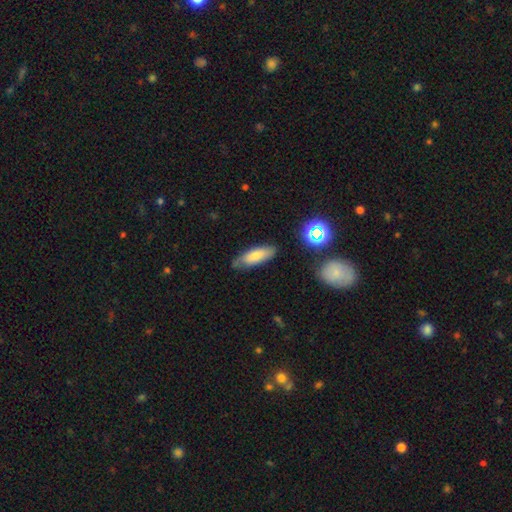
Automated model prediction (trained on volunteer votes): Q: Smooth or featured?
A: smooth (71%); runner-up: featured or disk (20%)
Q: How rounded?
A: in between (65%); runner-up: cigar-shaped (33%)
Q: Merging?
A: none (71%); runner-up: minor disturbance (22%)